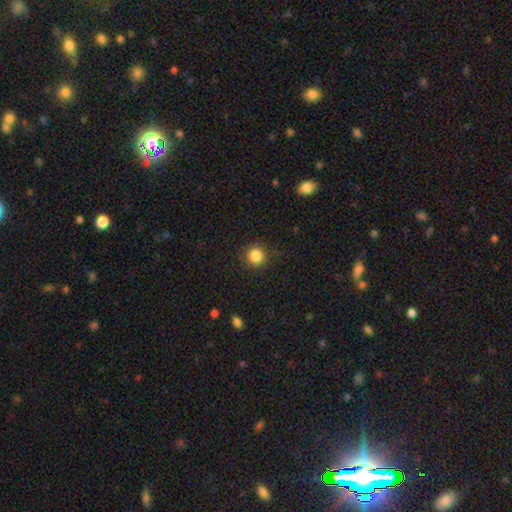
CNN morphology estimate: A smooth galaxy with no disk features (85%) that is round (94%).

Vote fractions:
- Smooth or featured? smooth: 85% / star or artifact: 10% / featured or disk: 4%
- How rounded? round: 94% / in between: 5% / cigar-shaped: 1%
- Merging? none: 90% / minor disturbance: 7% / major disturbance: 2% / merger: 1%